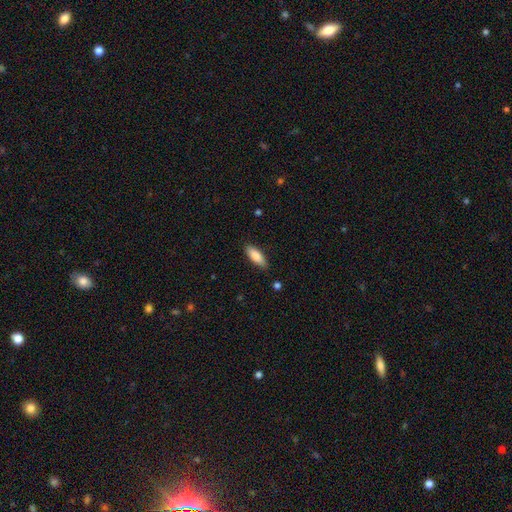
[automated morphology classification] Smooth or featured? smooth (83%)
How rounded? in between (66%)
Merging? none (85%)